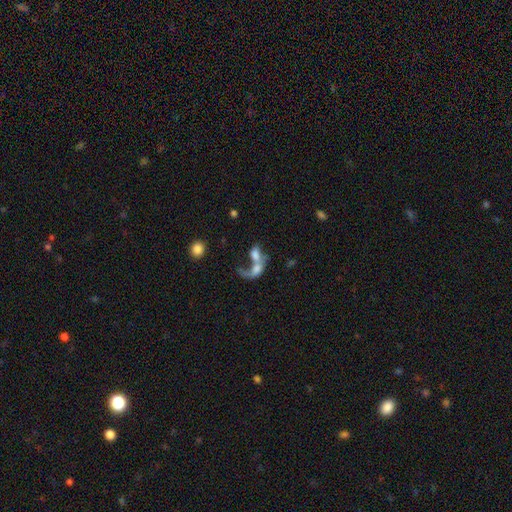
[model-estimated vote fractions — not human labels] Smooth or featured: smooth — 51% (featured or disk — 37%)
How rounded: in between — 74% (round — 19%)
Merging: merger — 67% (major disturbance — 17%)